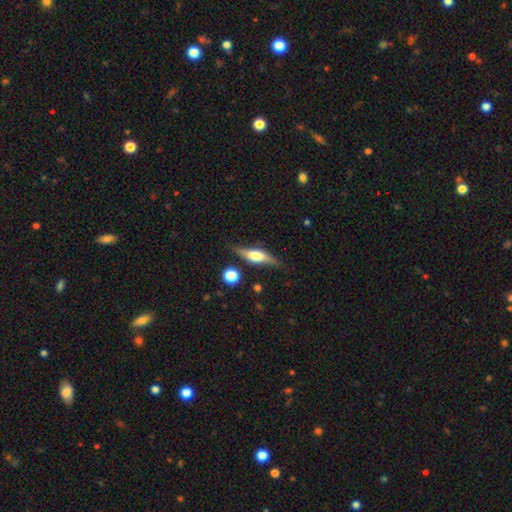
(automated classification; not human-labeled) Overall: featured or disk (55%; smooth 38%). Edge-on disk: yes (85%). Merging: none (74%).